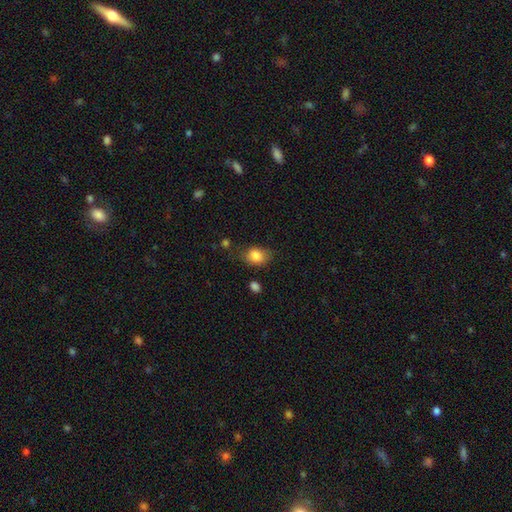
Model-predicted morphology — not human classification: Smooth or featured? Predicted: smooth (p=0.84). How rounded? Predicted: in between (p=0.66). Merging? Predicted: none (p=0.67).